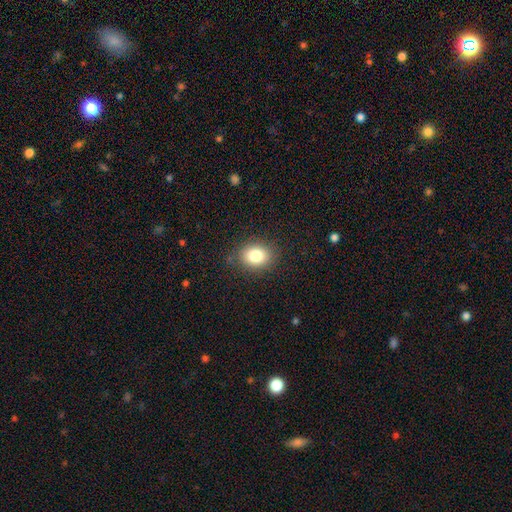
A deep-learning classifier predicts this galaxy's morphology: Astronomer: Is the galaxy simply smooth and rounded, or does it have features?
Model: smooth — 82%.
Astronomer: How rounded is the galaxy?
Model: in between — 57% (runner-up: round, 42%).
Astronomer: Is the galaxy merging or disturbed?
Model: none — 85%.